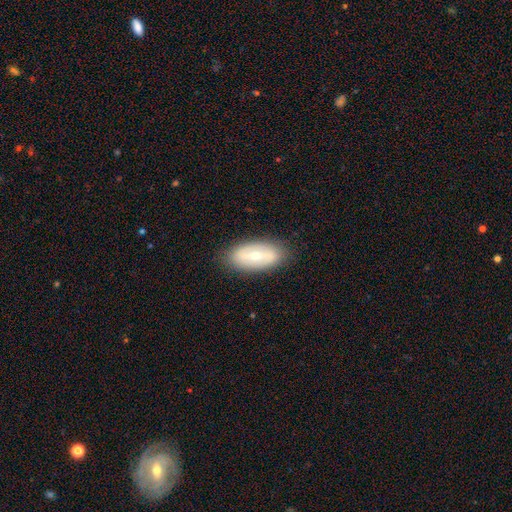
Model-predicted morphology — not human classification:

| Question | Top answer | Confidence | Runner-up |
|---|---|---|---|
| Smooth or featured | featured or disk | 48% | smooth (46%) |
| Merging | none | 86% | minor disturbance (10%) |